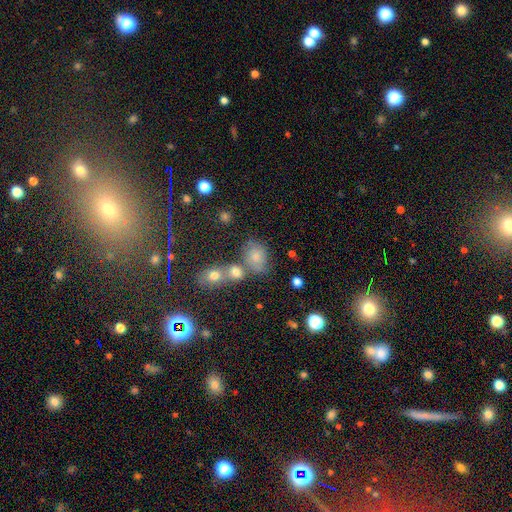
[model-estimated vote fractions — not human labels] Smooth or featured: smooth — 66% (featured or disk — 20%)
How rounded: in between — 58% (round — 40%)
Merging: none — 48% (merger — 27%)